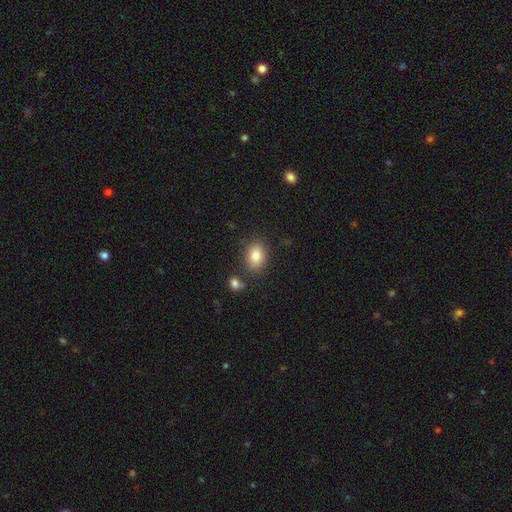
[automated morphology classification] smooth_or_featured: smooth (p=0.84) [alt: star or artifact p=0.08]
how_rounded: in between (p=0.79) [alt: round p=0.20]
merging: none (p=0.79) [alt: minor disturbance p=0.12]